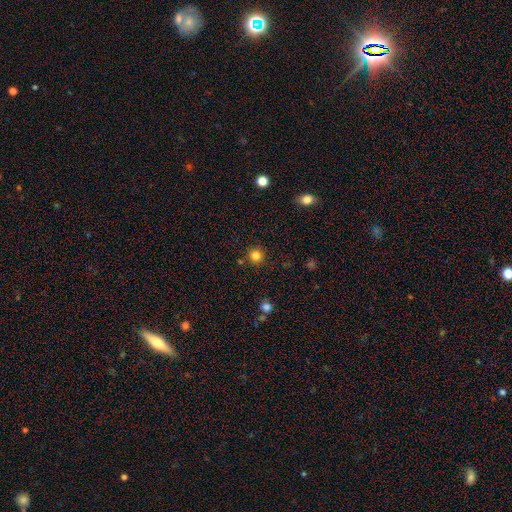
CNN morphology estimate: Smooth or featured? smooth (82%)
How rounded? round (94%)
Merging? none (86%)